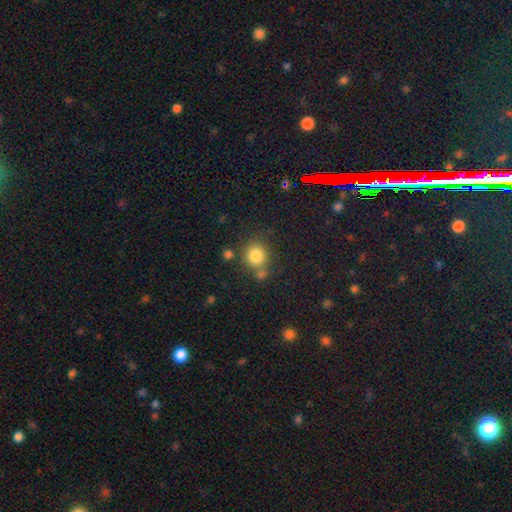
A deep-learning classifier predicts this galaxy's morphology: Q: Smooth or featured?
A: smooth (82%); runner-up: star or artifact (12%)
Q: How rounded?
A: round (86%); runner-up: in between (13%)
Q: Merging?
A: none (67%); runner-up: merger (17%)